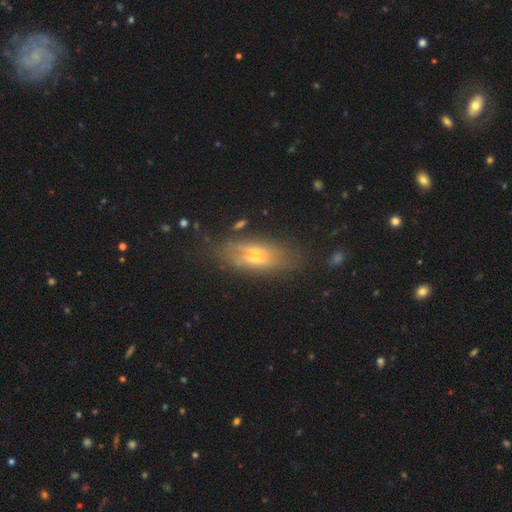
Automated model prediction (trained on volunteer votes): A featured or disk galaxy (47%). Merging: none (65%).